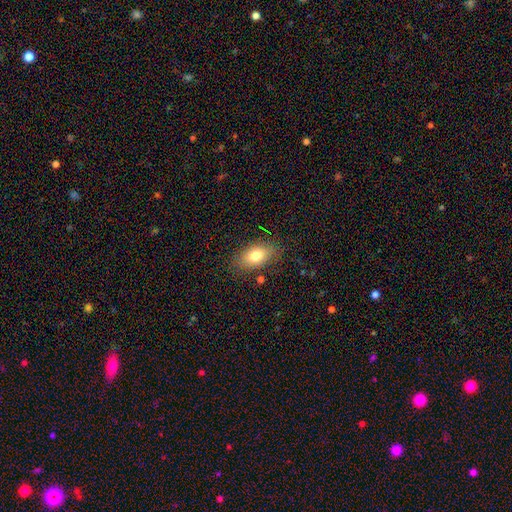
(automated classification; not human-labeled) This is likely a smooth galaxy (77%). How rounded: clearly in between (89%). Merging: clearly none (83%).